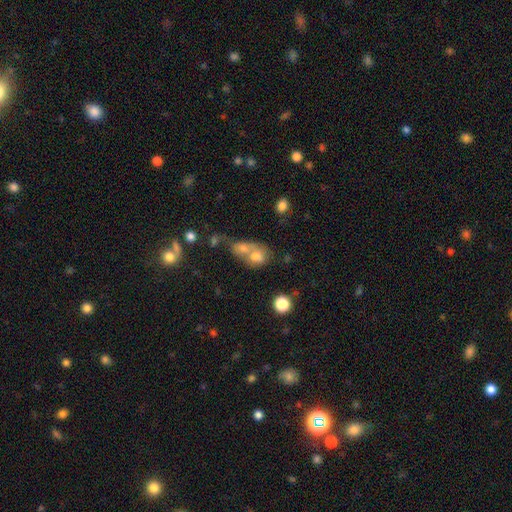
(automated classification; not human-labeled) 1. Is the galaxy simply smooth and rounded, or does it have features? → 71% smooth, 17% featured or disk, 12% star or artifact.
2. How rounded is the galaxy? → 51% round, 47% in between, 2% cigar-shaped.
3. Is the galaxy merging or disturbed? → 67% merger, 21% none, 7% minor disturbance, 5% major disturbance.